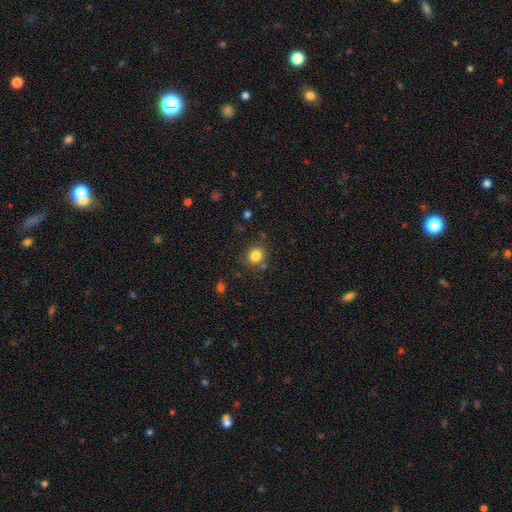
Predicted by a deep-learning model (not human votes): Smooth or featured?
  - smooth: 83% *
  - star or artifact: 12%
  - featured or disk: 5%
How rounded?
  - round: 81% *
  - in between: 18%
  - cigar-shaped: 1%
Merging?
  - none: 79% *
  - minor disturbance: 11%
  - merger: 7%
  - major disturbance: 4%